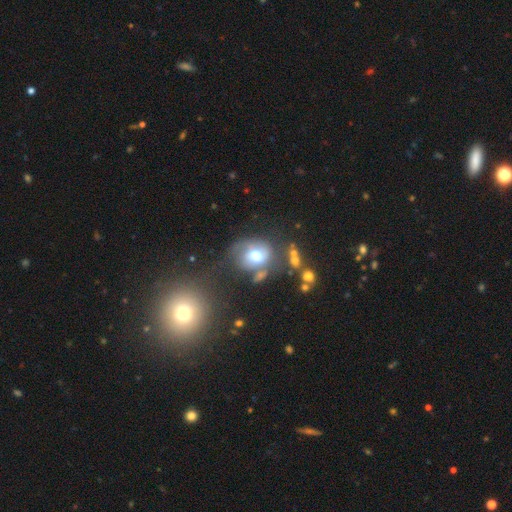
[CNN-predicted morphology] Smooth or featured? Predicted: smooth (p=0.48). Merging? Predicted: none (p=0.40).